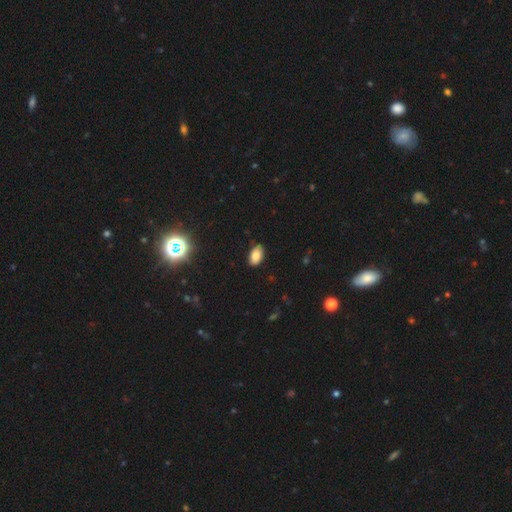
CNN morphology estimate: Smooth or featured? smooth (82%)
How rounded? in between (93%)
Merging? none (86%)